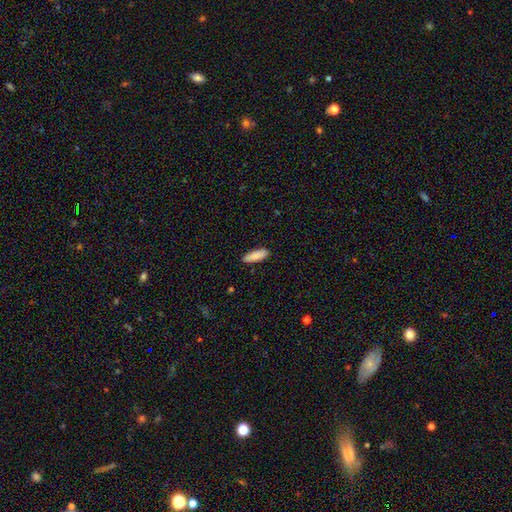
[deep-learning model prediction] A smooth galaxy with no disk features (88%) that is cigar-shaped (50%). Merging: none (89%).